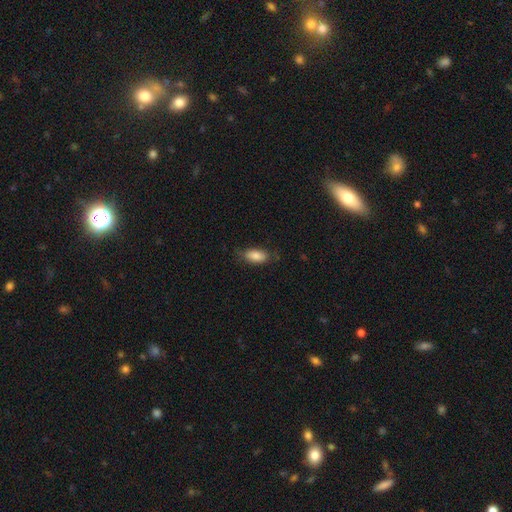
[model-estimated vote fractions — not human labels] This is clearly a smooth galaxy (83%). How rounded: clearly in between (88%). Merging: likely none (72%).